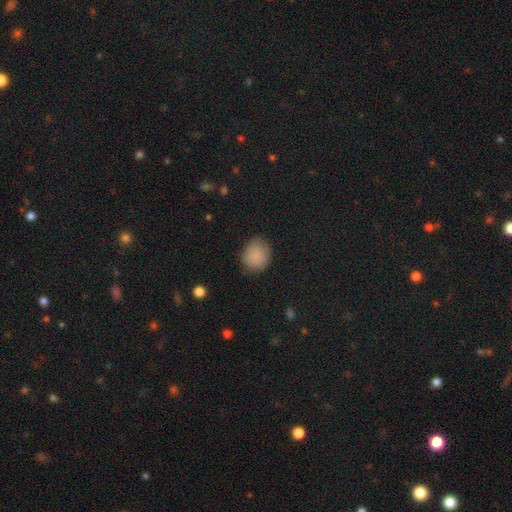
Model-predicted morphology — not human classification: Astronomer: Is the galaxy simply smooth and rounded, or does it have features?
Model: smooth — 86%.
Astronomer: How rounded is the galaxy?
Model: round — 74%.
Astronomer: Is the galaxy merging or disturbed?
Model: none — 76%.